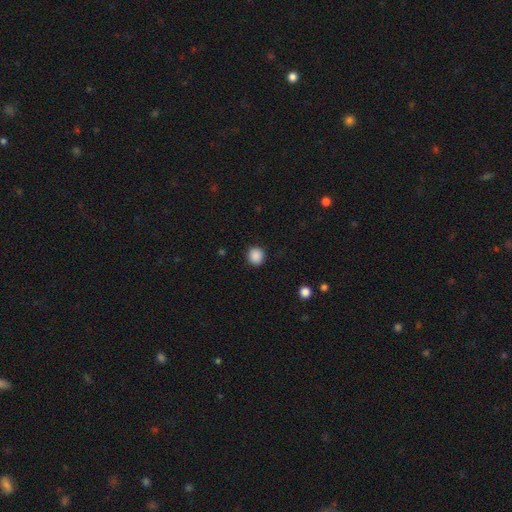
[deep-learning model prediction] Smooth or featured? Predicted: smooth (p=0.88). How rounded? Predicted: round (p=0.88). Merging? Predicted: none (p=0.91).